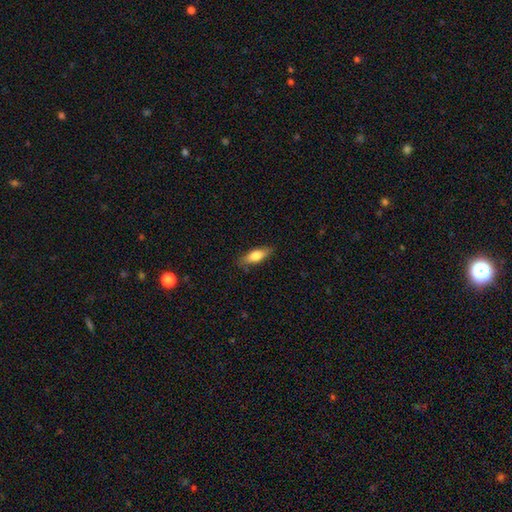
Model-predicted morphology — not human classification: This is likely a smooth galaxy (74%). How rounded: likely in between (68%). Merging: clearly none (82%).